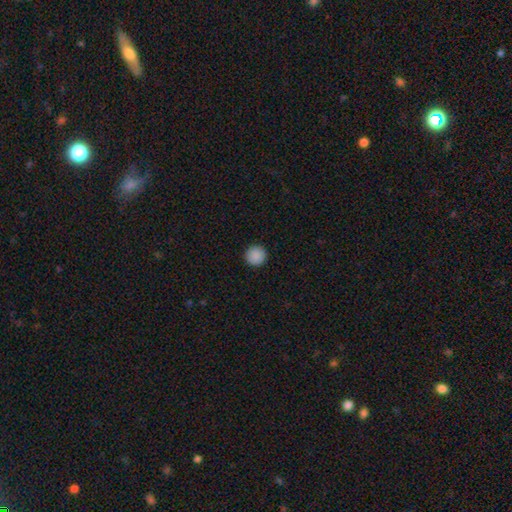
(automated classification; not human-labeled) Smooth or featured: smooth — 89% (star or artifact — 8%)
How rounded: round — 95% (in between — 4%)
Merging: none — 93% (minor disturbance — 5%)